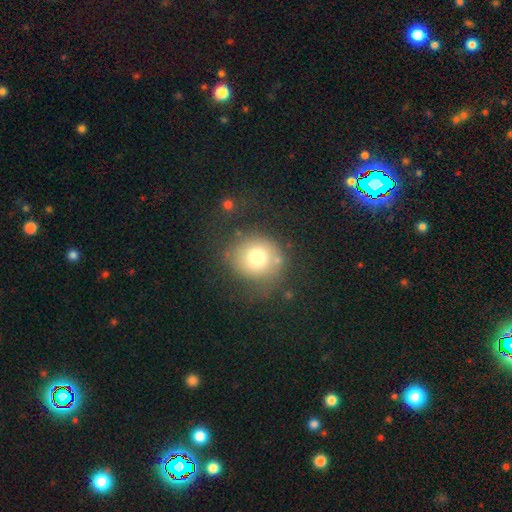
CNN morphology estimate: This appears to be a smooth galaxy with no disk features (73%) that is round (83%). Merging: none (67%).